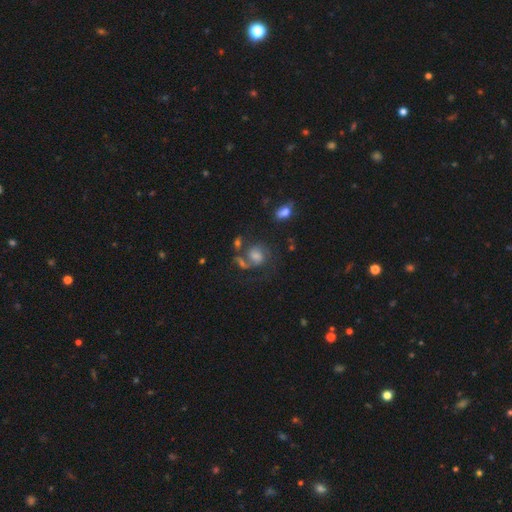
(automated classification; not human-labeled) The model was most divided on "bulge size": moderate: 40%, small: 25%, large: 19%, none: 13%, dominant: 4%. Remaining: edge-on disk — no (97%); spiral arms — yes (86%); bar — no (64%); smooth or featured — featured or disk (62%); spiral arm count — 2 (59%); spiral winding — medium (47%); merging — none (46%).